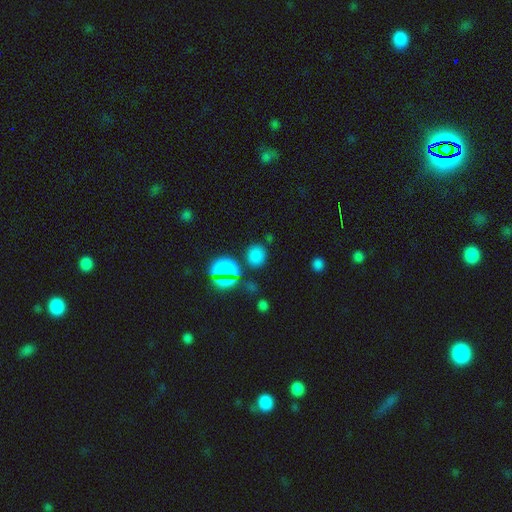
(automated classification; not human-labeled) smooth_or_featured: smooth (p=0.71) [alt: star or artifact p=0.24]
how_rounded: round (p=0.74) [alt: in between p=0.25]
merging: none (p=0.80) [alt: minor disturbance p=0.11]